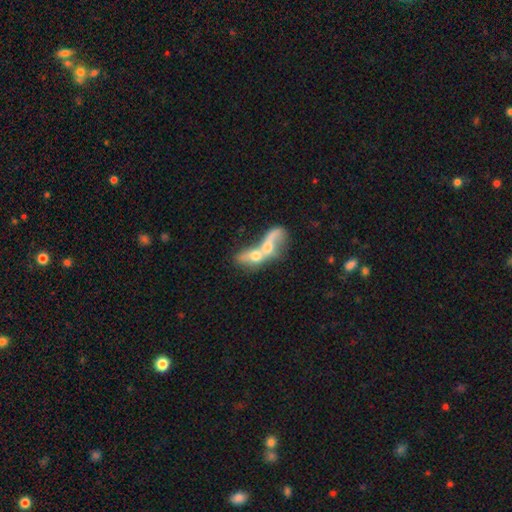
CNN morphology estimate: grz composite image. It shows a smooth galaxy with no disk features (49%). Merging: merger (82%).